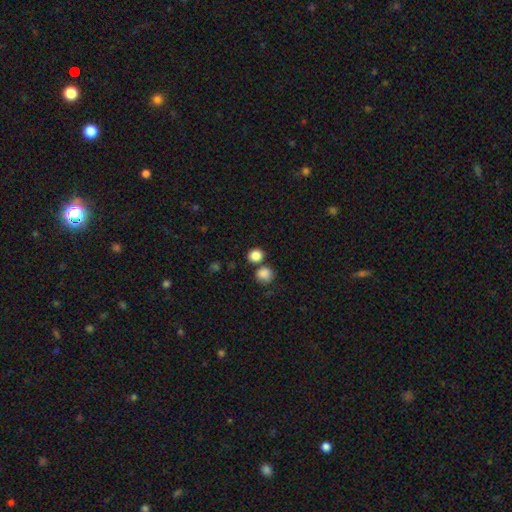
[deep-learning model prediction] Morphology: type=smooth (85%); roundness=round (79%); merging=none (68%).